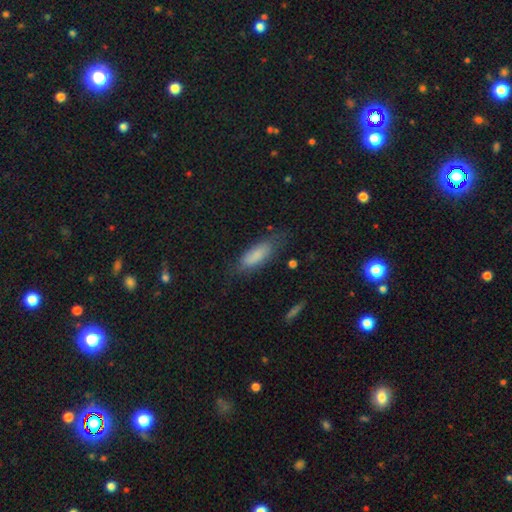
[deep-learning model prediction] The model was most divided on "how rounded": in between: 64%, cigar-shaped: 34%, round: 2%. More confident: smooth or featured — smooth (77%); merging — none (61%).